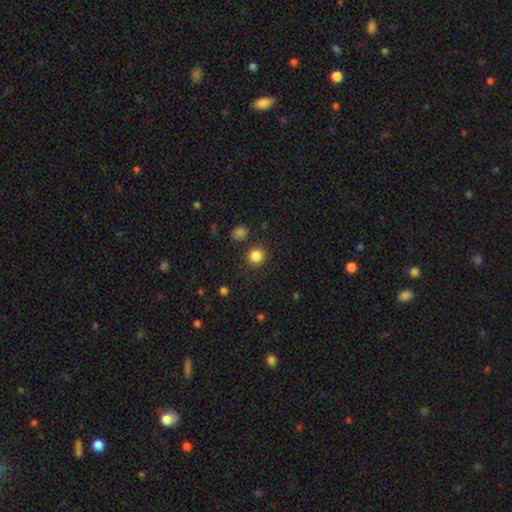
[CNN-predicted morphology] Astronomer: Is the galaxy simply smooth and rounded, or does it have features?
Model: smooth — 85%.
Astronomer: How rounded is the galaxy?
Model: round — 89%.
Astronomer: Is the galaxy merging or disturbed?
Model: none — 86%.